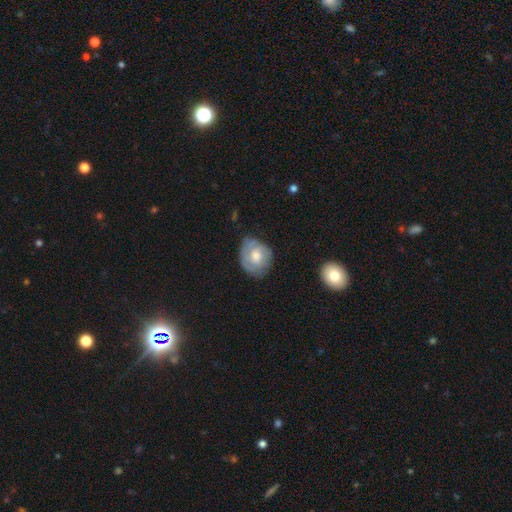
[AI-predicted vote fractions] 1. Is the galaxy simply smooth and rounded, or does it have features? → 50% smooth, 43% featured or disk, 7% star or artifact.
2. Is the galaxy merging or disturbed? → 61% none, 28% minor disturbance, 8% major disturbance, 2% merger.